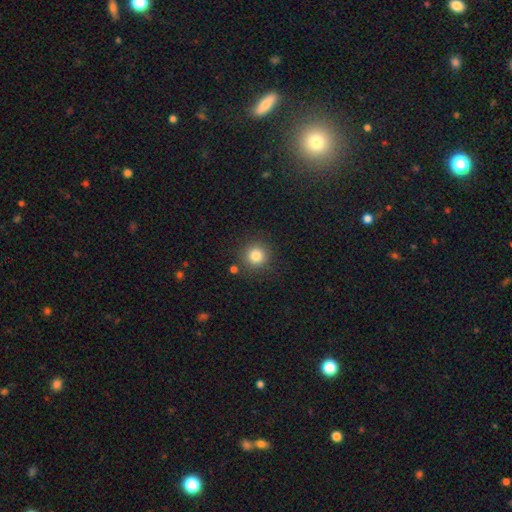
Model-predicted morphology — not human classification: smooth_or_featured: smooth (p=0.82) [alt: star or artifact p=0.12]
how_rounded: round (p=0.94) [alt: in between p=0.05]
merging: none (p=0.87) [alt: minor disturbance p=0.08]